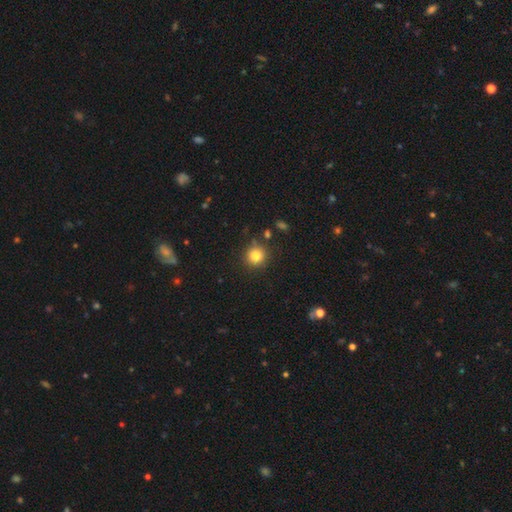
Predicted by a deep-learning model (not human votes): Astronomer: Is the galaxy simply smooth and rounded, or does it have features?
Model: smooth — 83%.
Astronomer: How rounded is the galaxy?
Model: round — 93%.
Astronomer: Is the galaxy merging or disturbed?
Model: none — 85%.